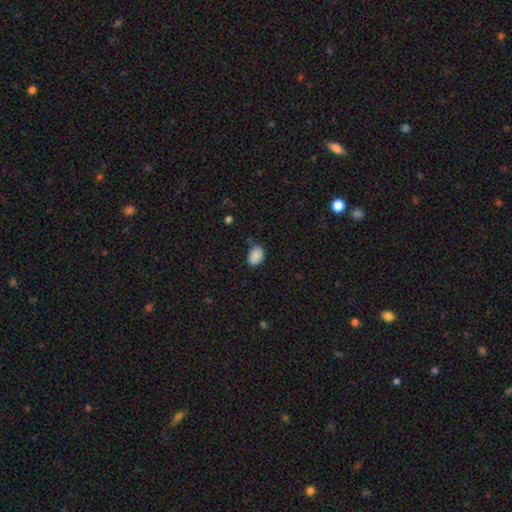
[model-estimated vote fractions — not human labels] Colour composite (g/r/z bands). It shows a smooth galaxy with no disk features (89%) that is in between round and cigar-shaped (79%). Merging: none (76%).